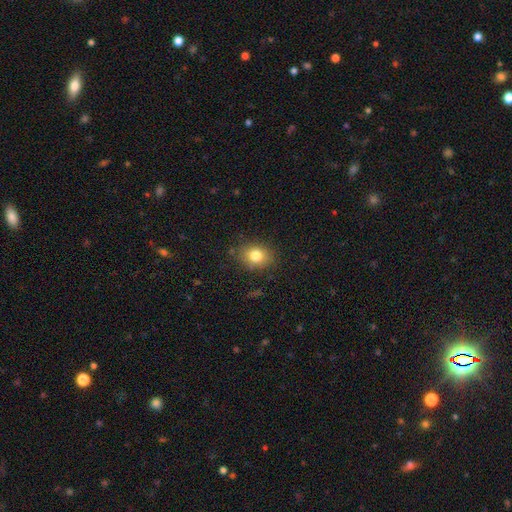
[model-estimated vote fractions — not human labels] Smooth or featured: smooth — 80% (star or artifact — 11%)
How rounded: in between — 51% (round — 48%)
Merging: none — 83% (minor disturbance — 12%)